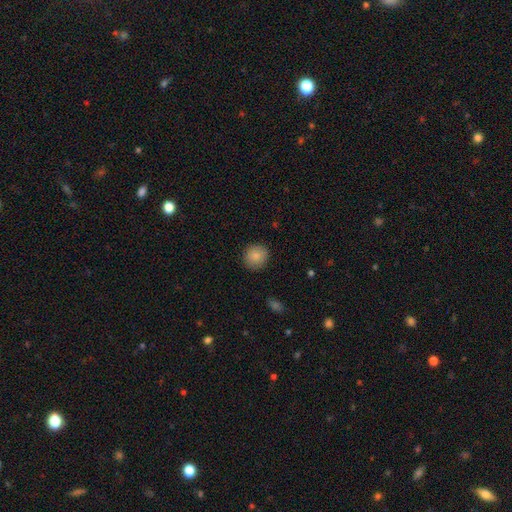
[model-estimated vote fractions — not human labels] Smooth or featured?
  - smooth: 86% *
  - star or artifact: 8%
  - featured or disk: 6%
How rounded?
  - round: 89% *
  - in between: 11%
  - cigar-shaped: 1%
Merging?
  - none: 89% *
  - minor disturbance: 8%
  - major disturbance: 2%
  - merger: 1%